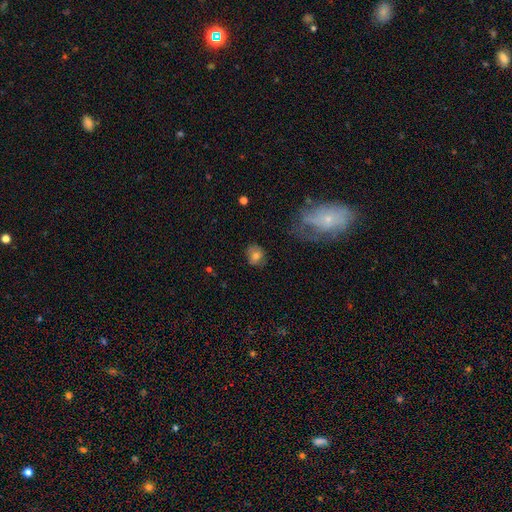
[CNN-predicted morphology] A smooth galaxy with no disk features (71%) that is round (67%). Merging: none (73%).